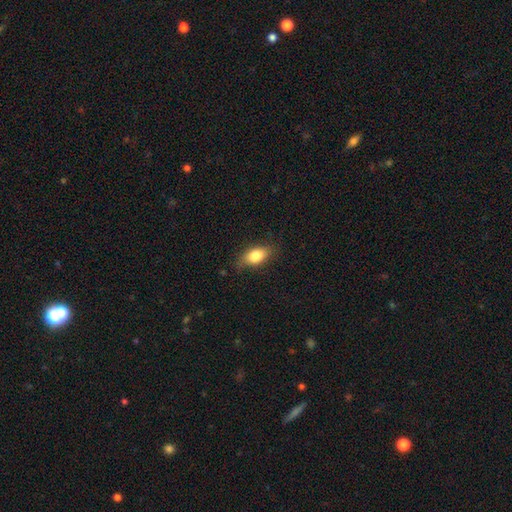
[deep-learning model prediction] This appears to be a smooth galaxy with no disk features (80%) that is in between round and cigar-shaped (85%). Merging: none (74%).